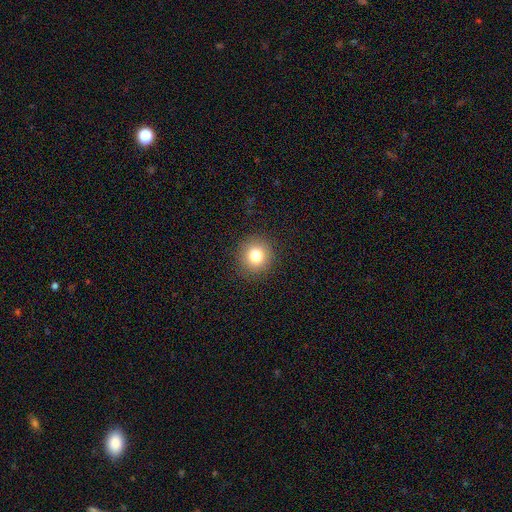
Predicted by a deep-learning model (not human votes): Smooth or featured? Predicted: smooth (p=0.80). How rounded? Predicted: round (p=0.92). Merging? Predicted: none (p=0.90).